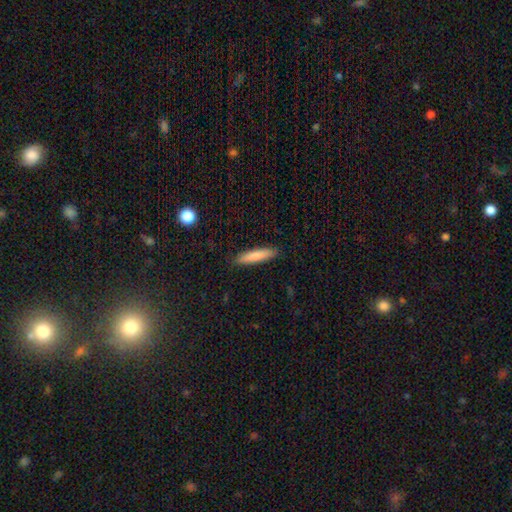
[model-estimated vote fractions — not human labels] smooth 82%, featured or disk 13%, star or artifact 6%. Down the decision tree: how rounded — cigar-shaped (85%); merging — none (89%).